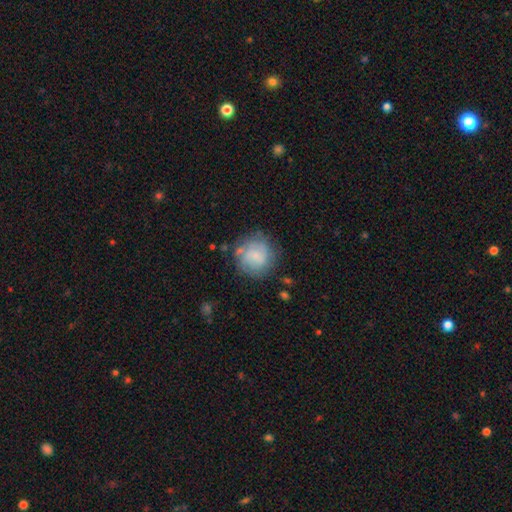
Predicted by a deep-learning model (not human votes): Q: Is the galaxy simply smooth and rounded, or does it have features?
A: smooth — 60%.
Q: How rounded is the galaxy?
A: round — 89%.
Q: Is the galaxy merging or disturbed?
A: none — 65%.